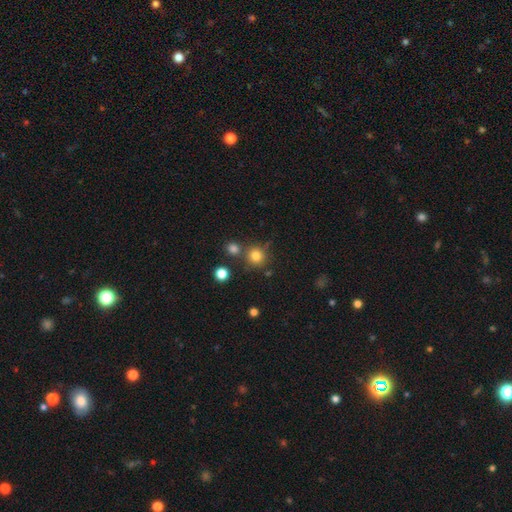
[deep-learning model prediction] Smooth or featured?
  - smooth: 79% *
  - star or artifact: 14%
  - featured or disk: 7%
How rounded?
  - round: 92% *
  - in between: 7%
  - cigar-shaped: 1%
Merging?
  - none: 73% *
  - merger: 14%
  - minor disturbance: 9%
  - major disturbance: 3%